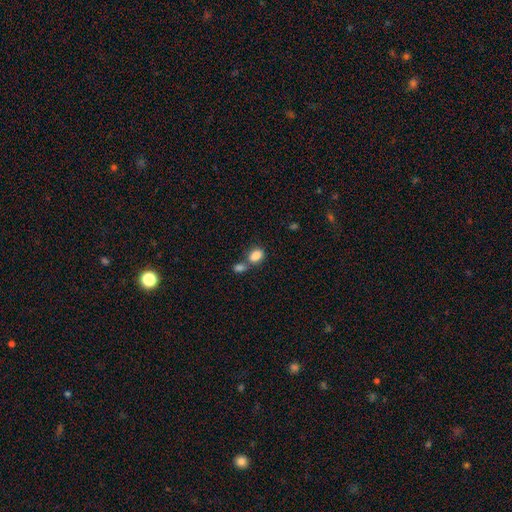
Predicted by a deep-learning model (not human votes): Smooth or featured? Predicted: smooth (p=0.85). How rounded? Predicted: in between (p=0.79). Merging? Predicted: merger (p=0.45).